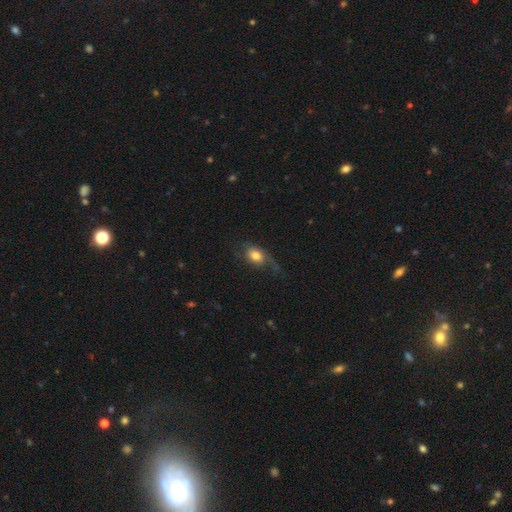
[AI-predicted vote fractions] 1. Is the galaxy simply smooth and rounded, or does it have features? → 65% smooth, 27% featured or disk, 8% star or artifact.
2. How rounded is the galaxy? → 74% in between, 22% round, 4% cigar-shaped.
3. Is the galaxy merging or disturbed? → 41% none, 29% major disturbance, 27% minor disturbance, 3% merger.